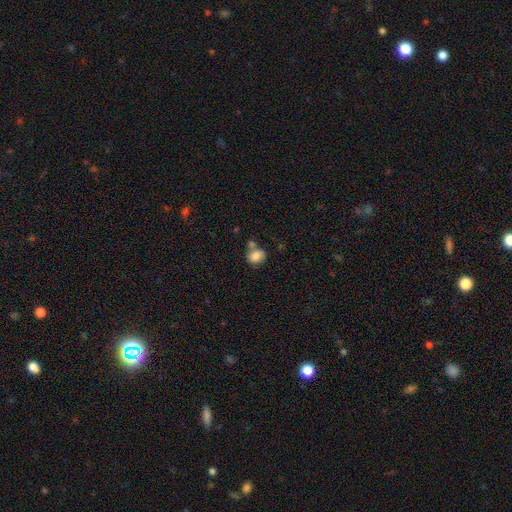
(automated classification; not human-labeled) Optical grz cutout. It shows a smooth galaxy with no disk features (82%) that is round (51%). Merging: none (52%).